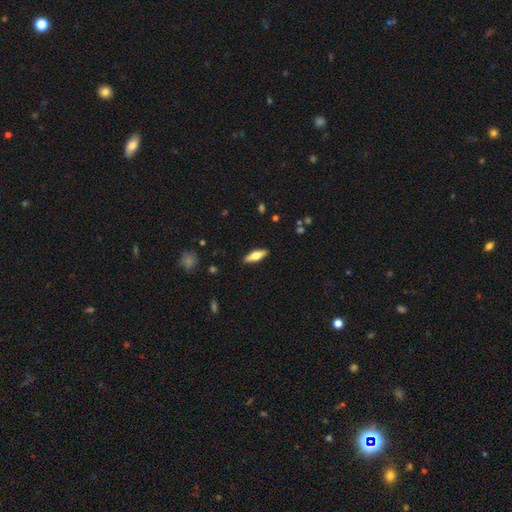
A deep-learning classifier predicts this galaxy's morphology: type=smooth (53%); roundness=in between (50%); merging=none (90%).